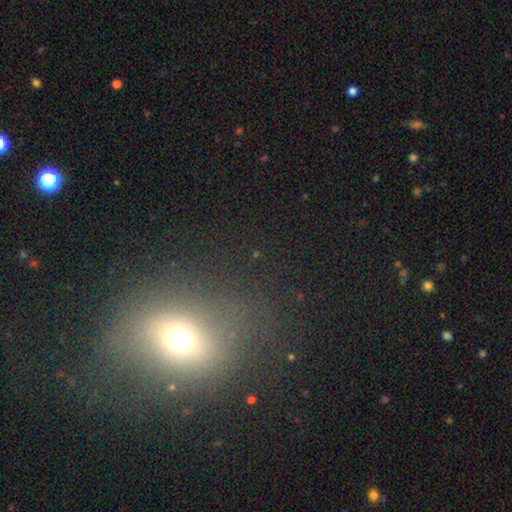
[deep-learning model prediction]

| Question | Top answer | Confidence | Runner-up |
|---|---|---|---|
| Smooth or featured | smooth | 51% | star or artifact (30%) |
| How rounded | round | 53% | in between (44%) |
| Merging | none | 70% | minor disturbance (15%) |